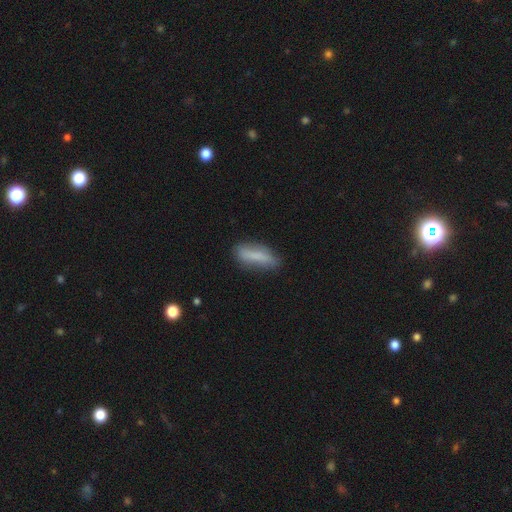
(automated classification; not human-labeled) smooth 74%, featured or disk 19%, star or artifact 7%. Down the decision tree: how rounded — cigar-shaped (56%); merging — none (73%).